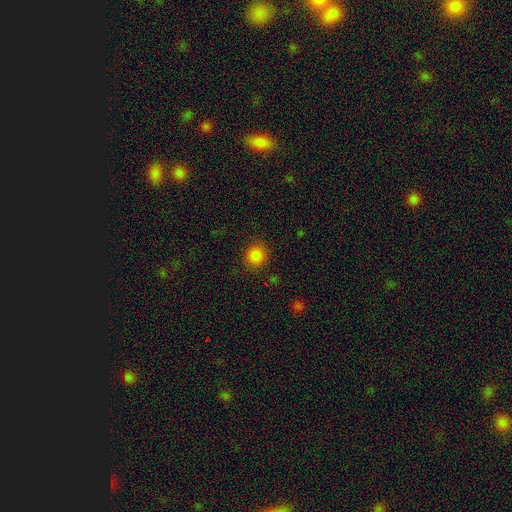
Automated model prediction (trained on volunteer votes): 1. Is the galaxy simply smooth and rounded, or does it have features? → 85% smooth, 12% star or artifact, 3% featured or disk.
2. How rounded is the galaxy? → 88% round, 11% in between, 1% cigar-shaped.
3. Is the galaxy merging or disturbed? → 88% none, 8% minor disturbance, 3% major disturbance, 1% merger.